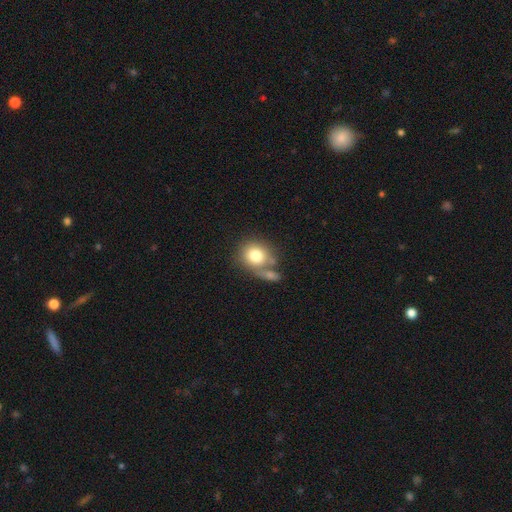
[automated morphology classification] The model was most divided on "merging": none: 48%, merger: 31%, minor disturbance: 14%, major disturbance: 7%. More confident: how rounded — round (78%); smooth or featured — smooth (77%).